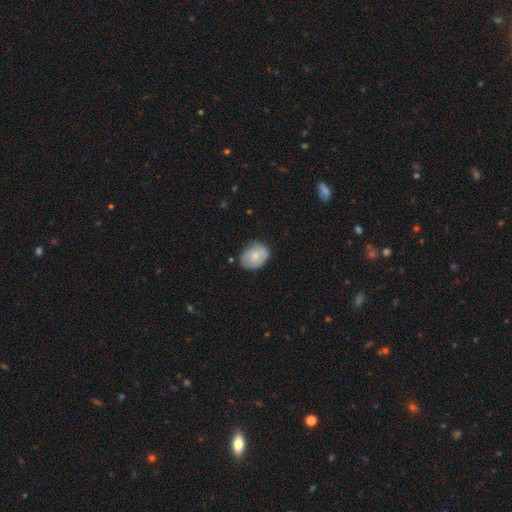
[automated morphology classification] Smooth or featured?
  - smooth: 73% *
  - featured or disk: 21%
  - star or artifact: 7%
How rounded?
  - in between: 57% *
  - round: 42%
  - cigar-shaped: 1%
Merging?
  - none: 69% *
  - minor disturbance: 24%
  - major disturbance: 5%
  - merger: 2%